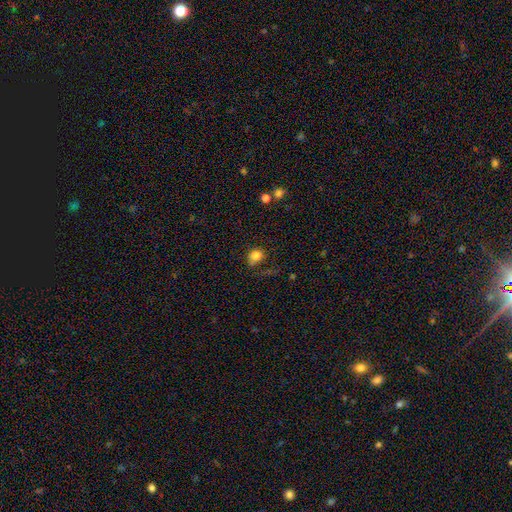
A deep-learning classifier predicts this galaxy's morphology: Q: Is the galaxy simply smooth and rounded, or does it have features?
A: smooth — 82%.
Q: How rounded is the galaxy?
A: round — 56%.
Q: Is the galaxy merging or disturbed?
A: none — 53%.